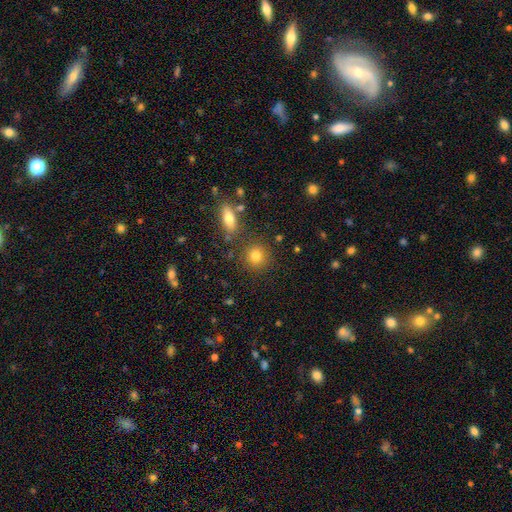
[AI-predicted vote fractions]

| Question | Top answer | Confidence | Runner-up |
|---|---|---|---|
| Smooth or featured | smooth | 80% | star or artifact (11%) |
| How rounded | round | 84% | in between (15%) |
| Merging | none | 82% | minor disturbance (8%) |